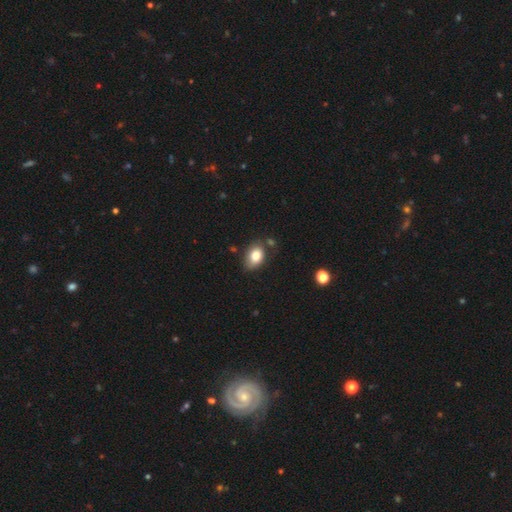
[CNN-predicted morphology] Q: Smooth or featured?
A: smooth (82%); runner-up: featured or disk (9%)
Q: How rounded?
A: in between (80%); runner-up: round (18%)
Q: Merging?
A: none (72%); runner-up: minor disturbance (19%)